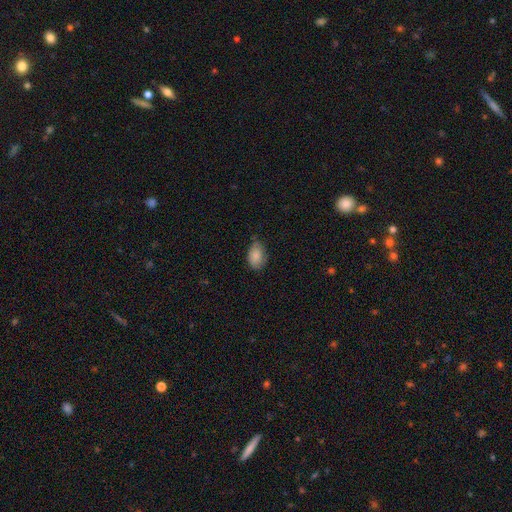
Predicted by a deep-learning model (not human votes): Overall: smooth (83%). How rounded: in between (88%). Merging: none (61%; minor disturbance 32%).